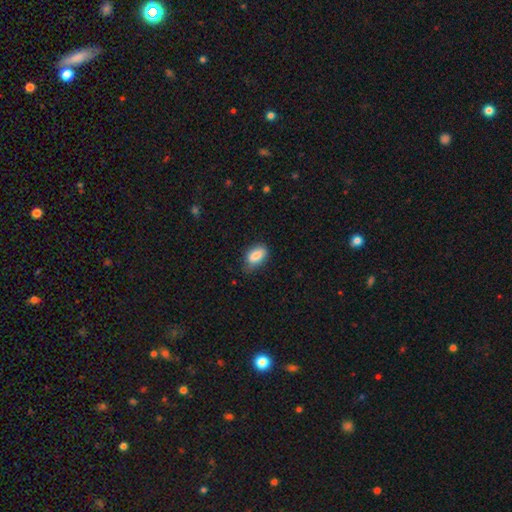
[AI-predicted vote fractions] Smooth or featured? smooth (84%)
How rounded? in between (88%)
Merging? none (65%)